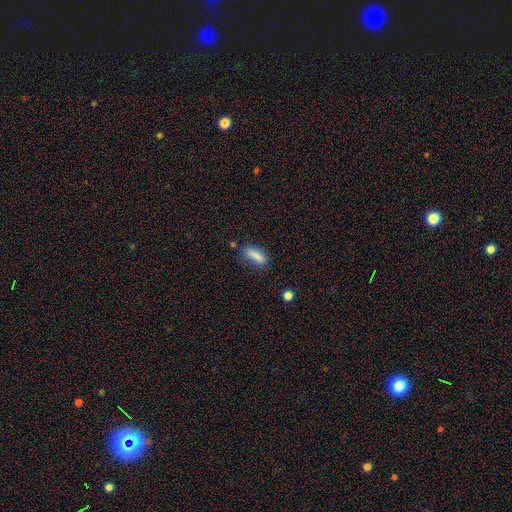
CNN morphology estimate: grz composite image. It shows a smooth galaxy with no disk features (83%) that is in between round and cigar-shaped (55%). Merging: none (72%).